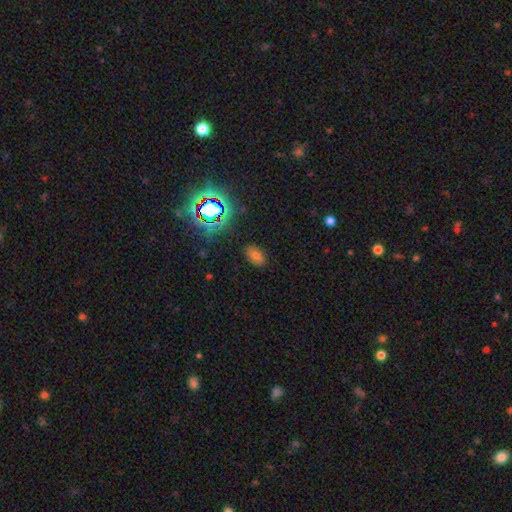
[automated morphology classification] Smooth or featured? smooth (57%)
How rounded? in between (85%)
Merging? none (86%)